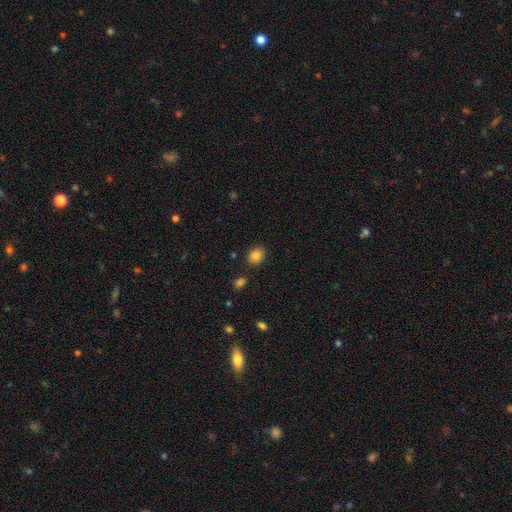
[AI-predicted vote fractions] This appears to be a smooth galaxy with no disk features (84%) that is round (60%). Merging: none (85%).